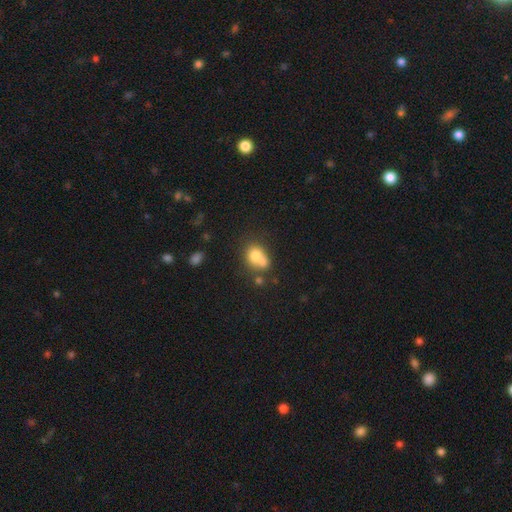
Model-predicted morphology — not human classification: Smooth or featured: smooth — 72% (featured or disk — 17%)
How rounded: round — 52% (in between — 47%)
Merging: merger — 48% (none — 31%)